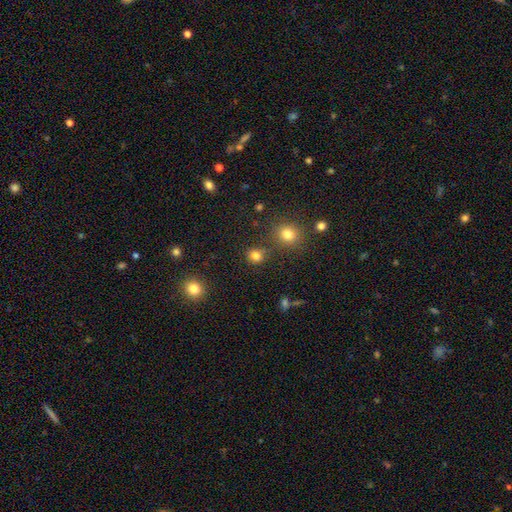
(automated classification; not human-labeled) A smooth galaxy with no disk features (81%) that is round (86%).

Vote fractions:
- Smooth or featured? smooth: 81% / star or artifact: 14% / featured or disk: 5%
- How rounded? round: 86% / in between: 13% / cigar-shaped: 1%
- Merging? none: 81% / minor disturbance: 9% / merger: 7% / major disturbance: 3%